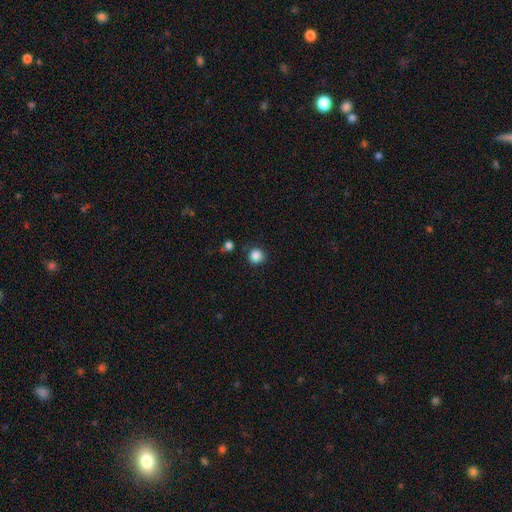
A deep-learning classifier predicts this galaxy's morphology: Smooth or featured?
  - smooth: 86% *
  - star or artifact: 11%
  - featured or disk: 4%
How rounded?
  - round: 90% *
  - in between: 9%
  - cigar-shaped: 1%
Merging?
  - none: 83% *
  - minor disturbance: 11%
  - major disturbance: 3%
  - merger: 3%